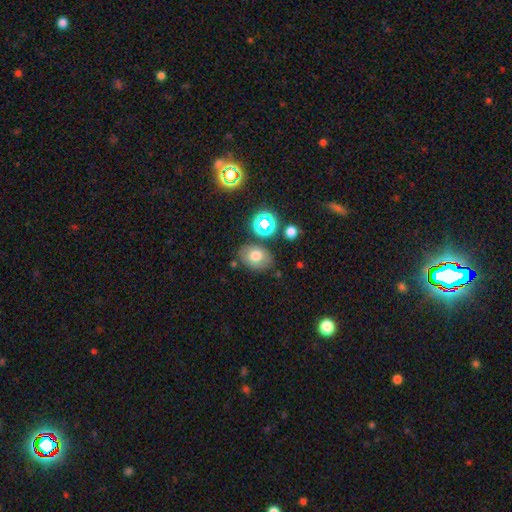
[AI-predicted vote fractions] This is likely a smooth galaxy (68%). How rounded: likely in between (70%). Merging: likely none (73%).